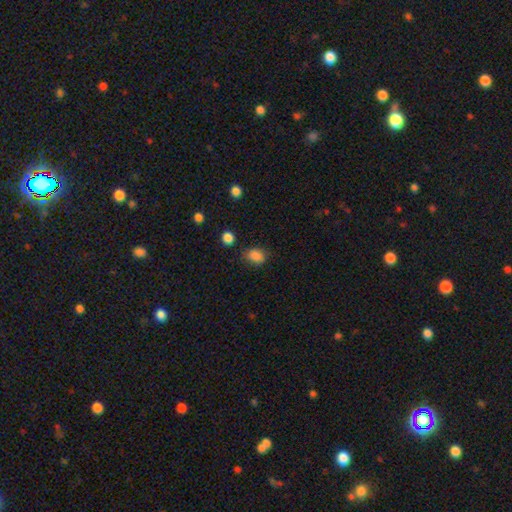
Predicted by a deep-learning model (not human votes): smooth-or-featured: smooth: 85% | star or artifact: 11% | featured or disk: 4%
  how-rounded: in between: 61% | round: 38% | cigar-shaped: 1%
  merging: none: 72% | minor disturbance: 20% | major disturbance: 5% | merger: 3%